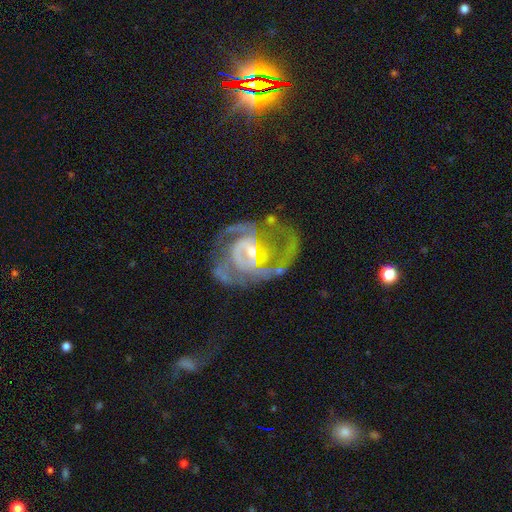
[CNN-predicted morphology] Q: Smooth or featured?
A: featured or disk (89%); runner-up: star or artifact (7%)
Q: Edge-on disk?
A: no (98%); runner-up: yes (2%)
Q: Bar?
A: weak (51%); runner-up: no (25%)
Q: Spiral arms?
A: yes (96%); runner-up: no (4%)
Q: Spiral winding?
A: medium (48%); runner-up: tight (40%)
Q: Spiral arm count?
A: 2 (51%); runner-up: 3 (20%)
Q: Bulge size?
A: small (61%); runner-up: moderate (31%)
Q: Merging?
A: none (48%); runner-up: major disturbance (27%)